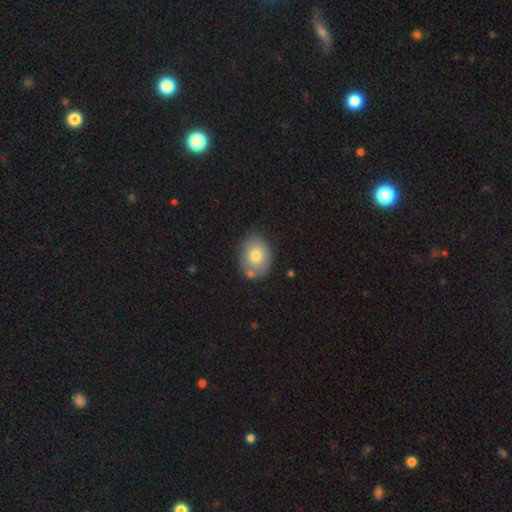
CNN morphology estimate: Overall: smooth (74%). How rounded: in between (64%; round 35%). Merging: none (69%).